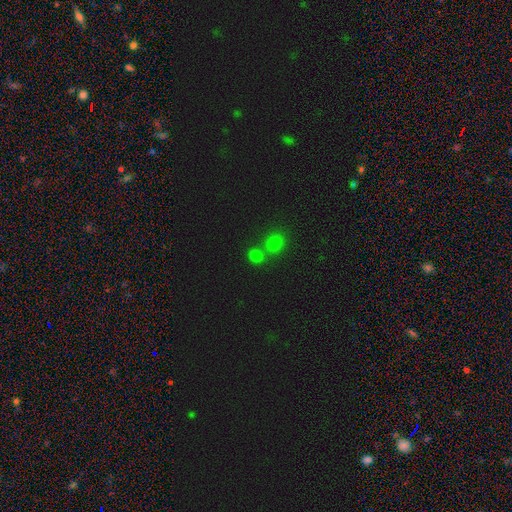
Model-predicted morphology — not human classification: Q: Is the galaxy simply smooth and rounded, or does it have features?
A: smooth — 72%.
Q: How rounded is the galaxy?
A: round — 70%.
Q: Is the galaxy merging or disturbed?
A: none — 54%.